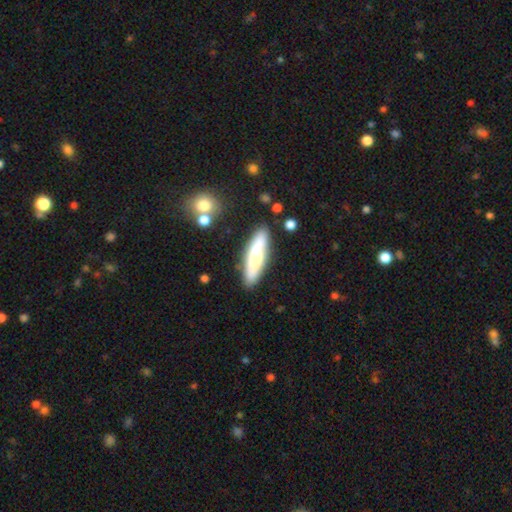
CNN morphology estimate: type=smooth (63%); roundness=cigar-shaped (70%); merging=none (81%).